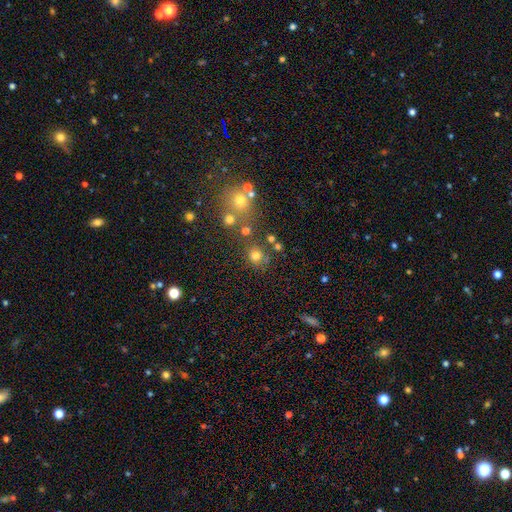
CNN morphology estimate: Smooth or featured?
  - smooth: 71% *
  - star or artifact: 20%
  - featured or disk: 9%
How rounded?
  - round: 85% *
  - in between: 14%
  - cigar-shaped: 1%
Merging?
  - none: 70% *
  - merger: 14%
  - minor disturbance: 11%
  - major disturbance: 5%